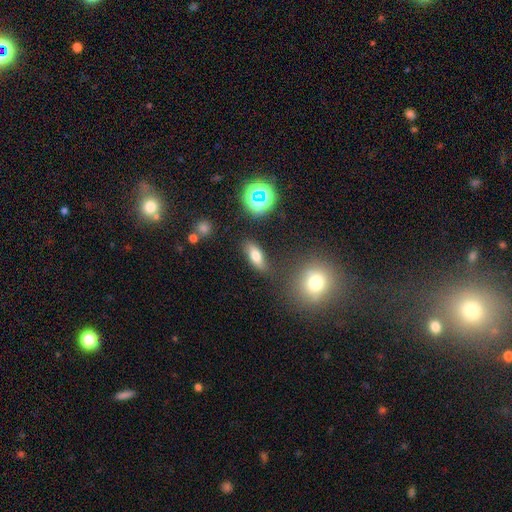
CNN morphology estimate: type=smooth (69%); roundness=in between (69%); merging=none (79%).